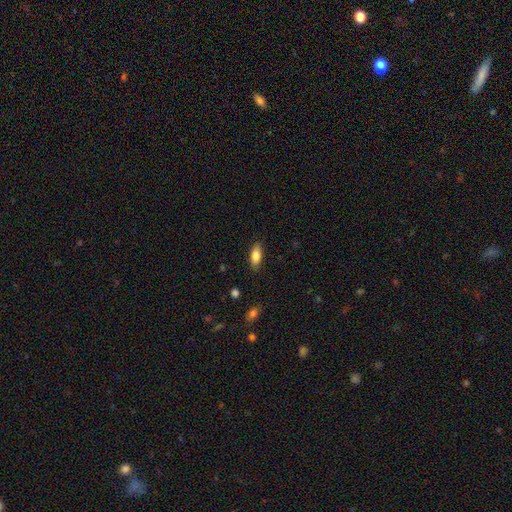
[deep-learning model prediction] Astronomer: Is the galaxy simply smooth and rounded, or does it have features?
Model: smooth — 83%.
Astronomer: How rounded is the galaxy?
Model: in between — 82%.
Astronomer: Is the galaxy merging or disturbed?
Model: none — 85%.